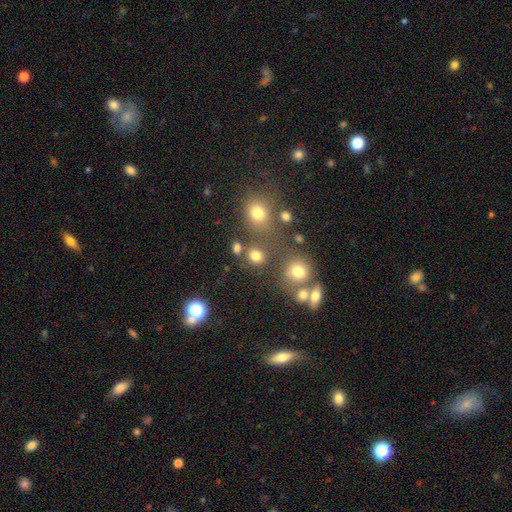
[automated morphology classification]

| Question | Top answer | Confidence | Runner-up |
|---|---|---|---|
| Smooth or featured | smooth | 78% | star or artifact (16%) |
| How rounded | round | 82% | in between (16%) |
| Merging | none | 70% | merger (15%) |